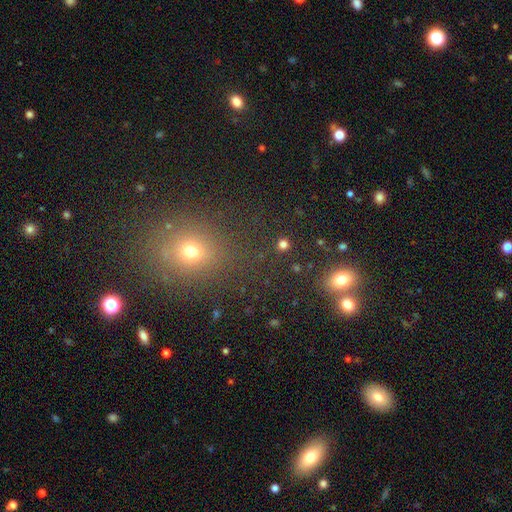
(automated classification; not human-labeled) The model was most divided on "smooth or featured": smooth: 54%, star or artifact: 36%, featured or disk: 9%. More confident: merging — none (81%); how rounded — round (68%).